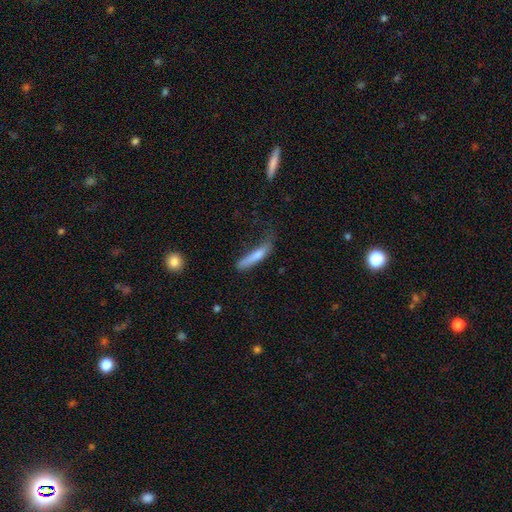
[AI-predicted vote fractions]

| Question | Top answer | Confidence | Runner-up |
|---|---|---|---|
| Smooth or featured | smooth | 72% | featured or disk (21%) |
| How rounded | cigar-shaped | 85% | in between (13%) |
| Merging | none | 42% | minor disturbance (33%) |